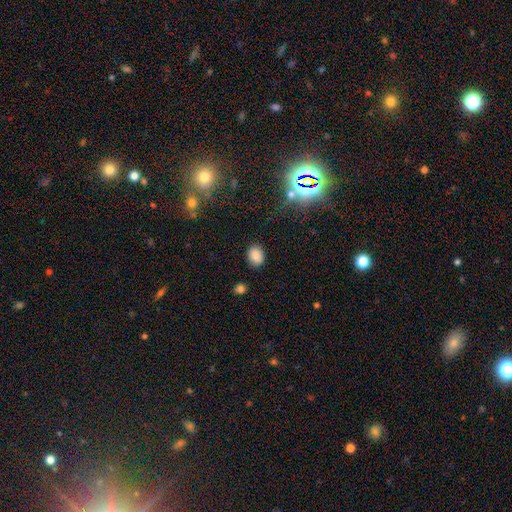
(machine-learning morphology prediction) Q: Smooth or featured?
A: smooth (83%); runner-up: star or artifact (12%)
Q: How rounded?
A: in between (63%); runner-up: round (36%)
Q: Merging?
A: none (85%); runner-up: minor disturbance (10%)